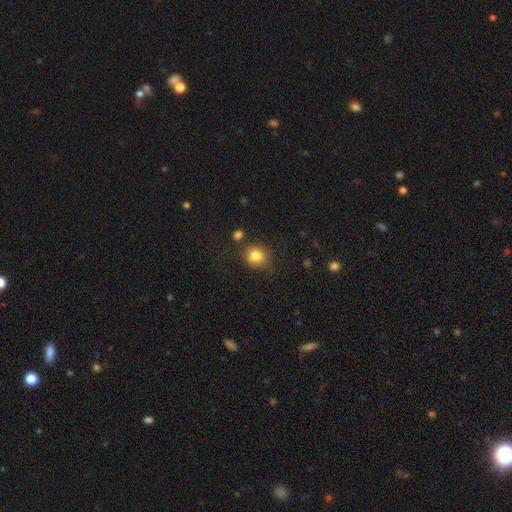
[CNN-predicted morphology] type=smooth (81%); roundness=round (79%); merging=none (79%).